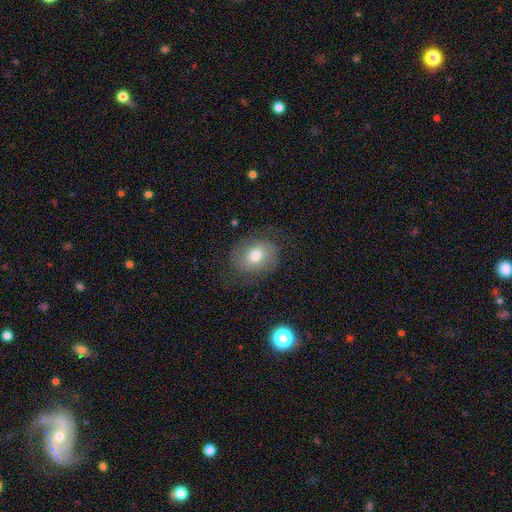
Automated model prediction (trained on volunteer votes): Smooth or featured?
  - smooth: 56% *
  - featured or disk: 34%
  - star or artifact: 10%
How rounded?
  - round: 50% *
  - in between: 49%
  - cigar-shaped: 1%
Merging?
  - none: 71% *
  - minor disturbance: 17%
  - major disturbance: 11%
  - merger: 1%